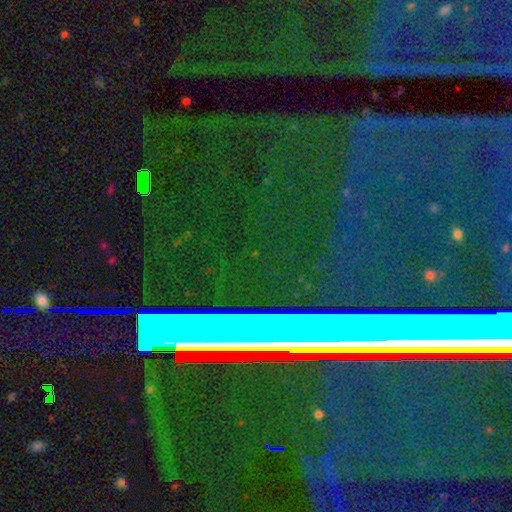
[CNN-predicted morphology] Q: Smooth or featured?
A: star or artifact (76%); runner-up: featured or disk (13%)